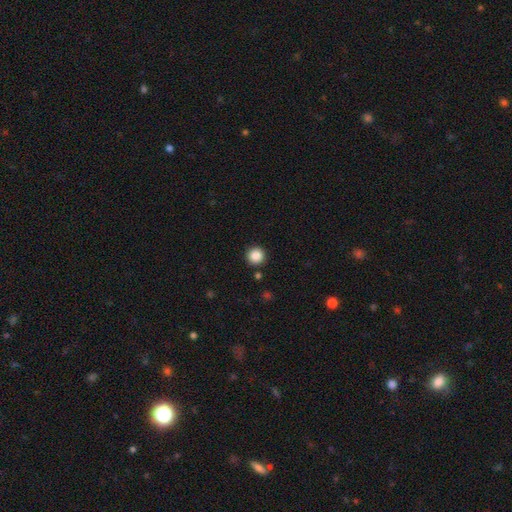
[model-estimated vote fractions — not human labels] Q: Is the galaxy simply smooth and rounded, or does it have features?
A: smooth — 87%.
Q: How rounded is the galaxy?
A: round — 96%.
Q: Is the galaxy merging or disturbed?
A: none — 92%.